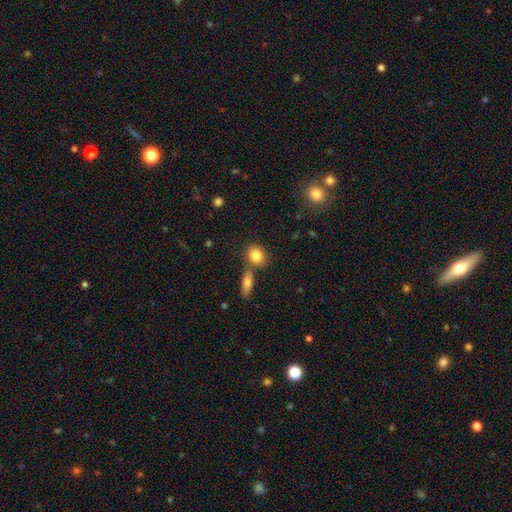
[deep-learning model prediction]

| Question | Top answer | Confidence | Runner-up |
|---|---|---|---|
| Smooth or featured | smooth | 83% | featured or disk (9%) |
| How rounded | round | 62% | in between (36%) |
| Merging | none | 62% | merger (24%) |